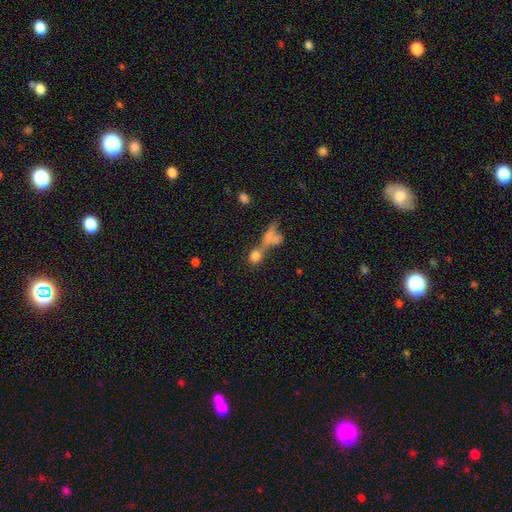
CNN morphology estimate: type=smooth (74%); roundness=round (61%); merging=merger (51%).